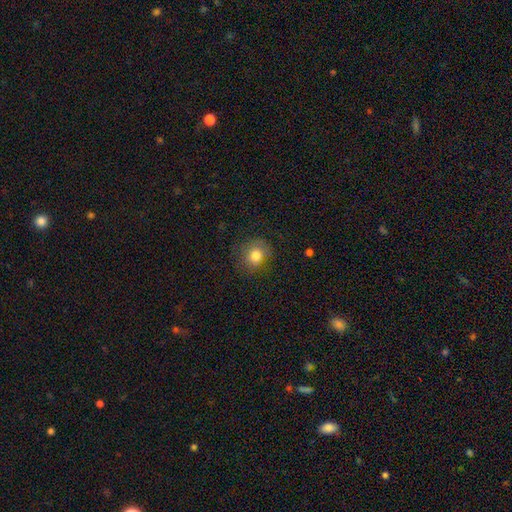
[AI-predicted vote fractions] Smooth or featured: smooth — 80% (star or artifact — 11%)
How rounded: round — 81% (in between — 18%)
Merging: none — 79% (minor disturbance — 15%)